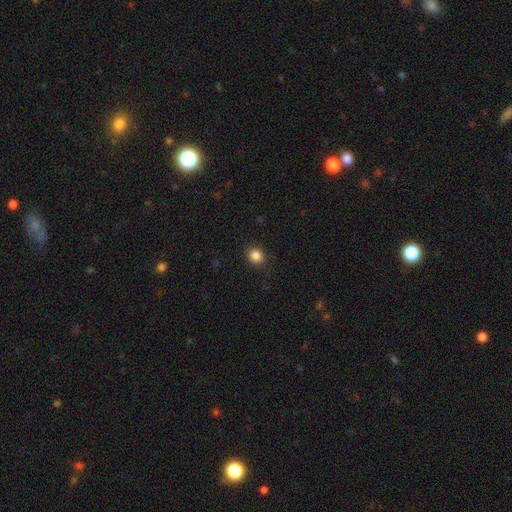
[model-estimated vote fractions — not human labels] The model was most divided on "how rounded": round: 76%, in between: 23%, cigar-shaped: 1%. More confident: merging — none (90%); smooth or featured — smooth (84%).